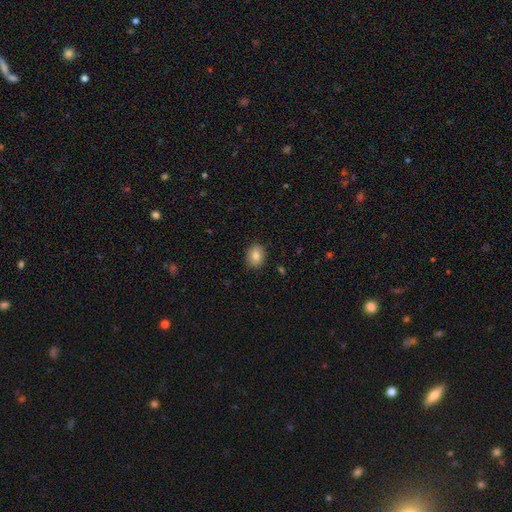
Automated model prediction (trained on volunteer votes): Smooth or featured? smooth (84%)
How rounded? round (52%)
Merging? none (89%)